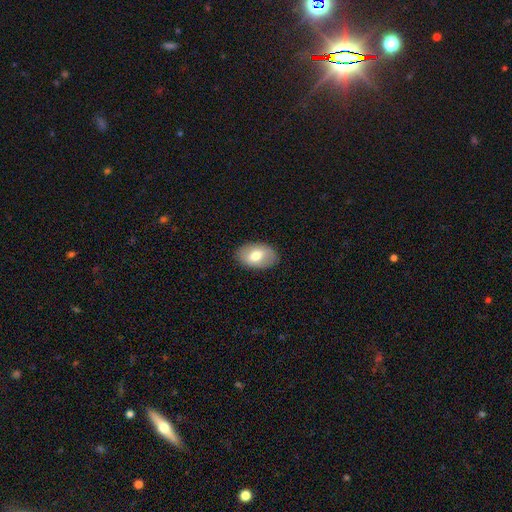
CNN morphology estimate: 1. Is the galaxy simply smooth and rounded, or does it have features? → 69% smooth, 25% featured or disk, 7% star or artifact.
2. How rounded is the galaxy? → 90% in between, 8% round, 1% cigar-shaped.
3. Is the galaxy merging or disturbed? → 86% none, 10% minor disturbance, 3% major disturbance, 1% merger.